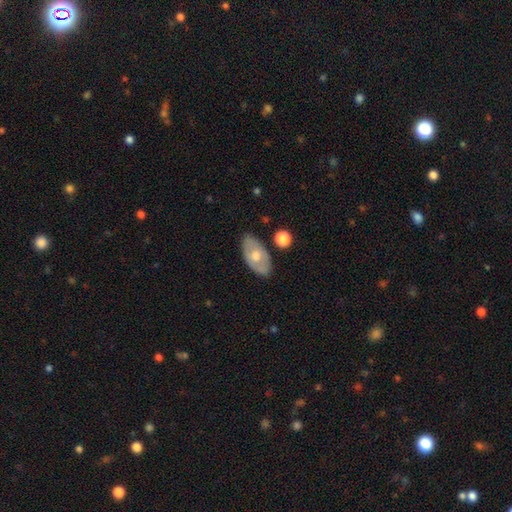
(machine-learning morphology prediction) Smooth or featured?
  - smooth: 48% *
  - featured or disk: 46%
  - star or artifact: 6%
Merging?
  - none: 80% *
  - minor disturbance: 14%
  - merger: 3%
  - major disturbance: 3%